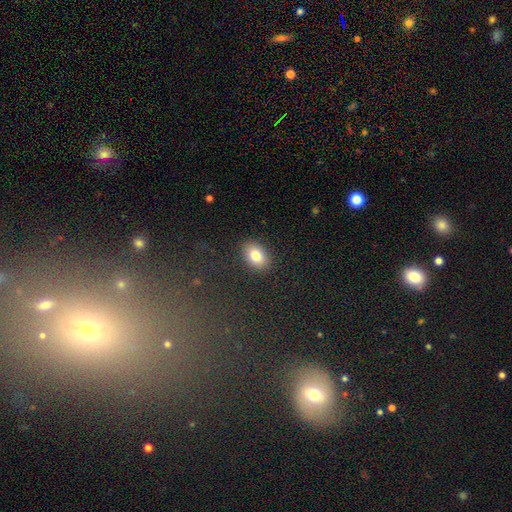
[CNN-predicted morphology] type=smooth (81%); roundness=in between (78%); merging=none (88%).